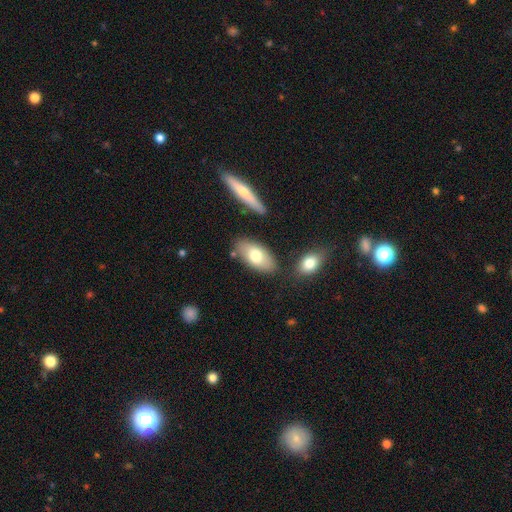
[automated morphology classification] smooth 73%, featured or disk 21%, star or artifact 6%. Down the decision tree: how rounded — in between (91%); merging — none (77%).